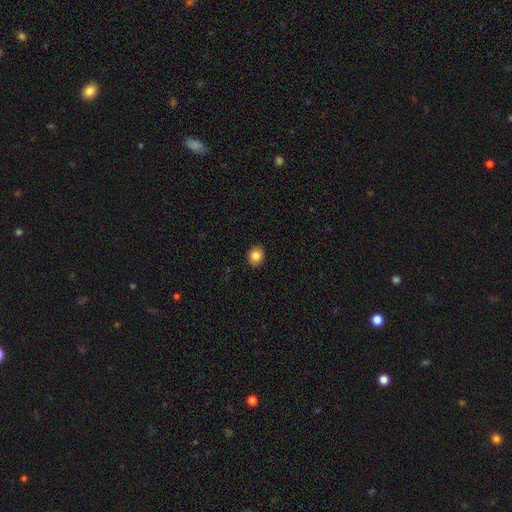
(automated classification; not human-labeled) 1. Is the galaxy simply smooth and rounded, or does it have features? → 84% smooth, 10% star or artifact, 6% featured or disk.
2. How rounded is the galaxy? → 61% round, 38% in between, 1% cigar-shaped.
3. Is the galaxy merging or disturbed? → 91% none, 7% minor disturbance, 2% major disturbance, 1% merger.